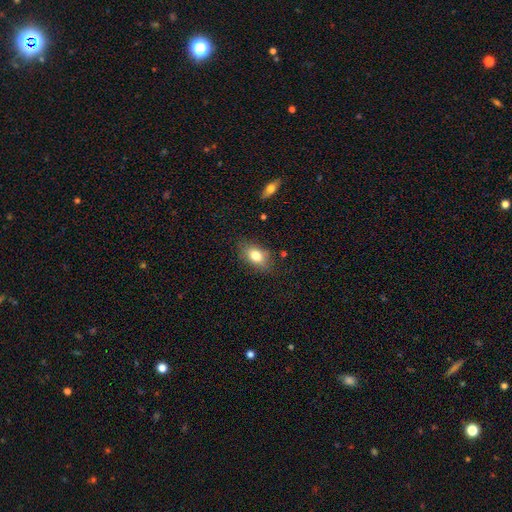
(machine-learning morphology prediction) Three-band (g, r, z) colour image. It shows a smooth galaxy with no disk features (80%) that is in between round and cigar-shaped (86%). Merging: none (79%).